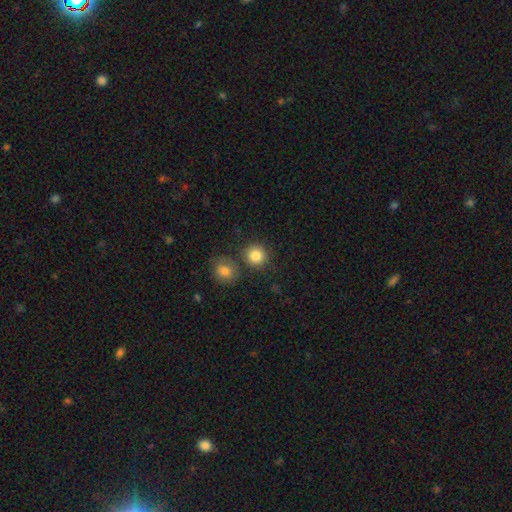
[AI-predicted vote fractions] Smooth or featured? smooth (84%)
How rounded? round (89%)
Merging? none (76%)